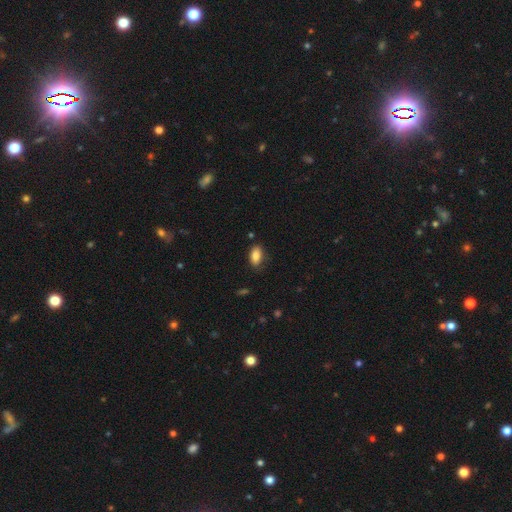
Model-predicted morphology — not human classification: Smooth or featured? smooth (87%)
How rounded? in between (92%)
Merging? none (80%)